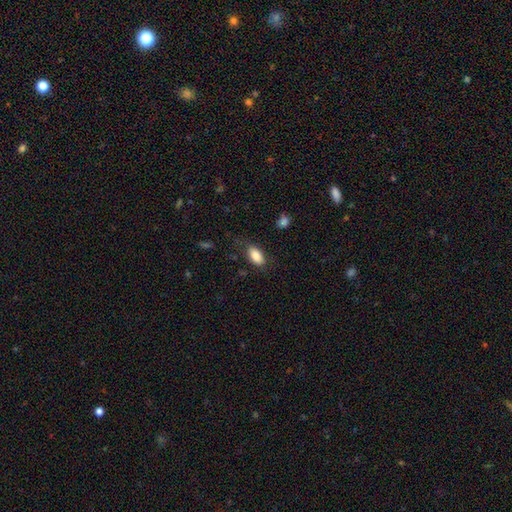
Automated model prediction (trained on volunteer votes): smooth-or-featured: smooth: 86% | star or artifact: 7% | featured or disk: 7%
  how-rounded: in between: 91% | cigar-shaped: 5% | round: 4%
  merging: none: 76% | minor disturbance: 17% | major disturbance: 5% | merger: 2%